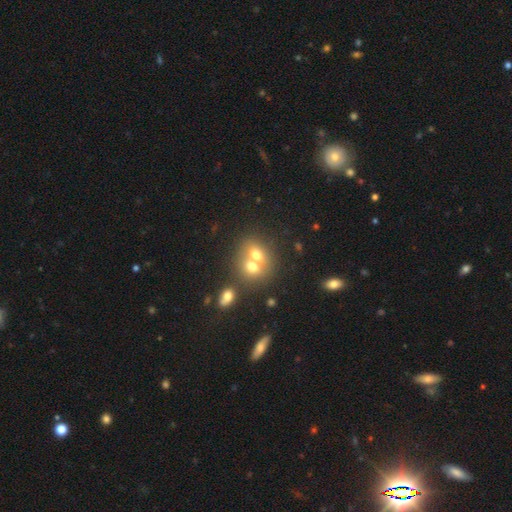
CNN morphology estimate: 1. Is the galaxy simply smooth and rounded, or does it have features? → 66% smooth, 21% featured or disk, 12% star or artifact.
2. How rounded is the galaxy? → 60% round, 39% in between, 1% cigar-shaped.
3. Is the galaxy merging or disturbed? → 65% merger, 26% none, 6% minor disturbance, 3% major disturbance.